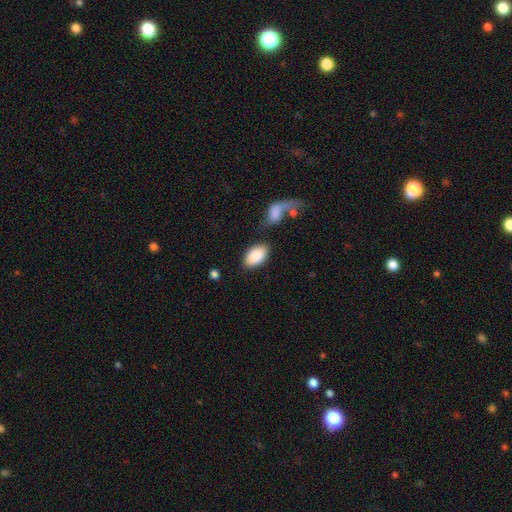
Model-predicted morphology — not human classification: Smooth or featured? Predicted: smooth (p=0.87). How rounded? Predicted: in between (p=0.93). Merging? Predicted: none (p=0.74).